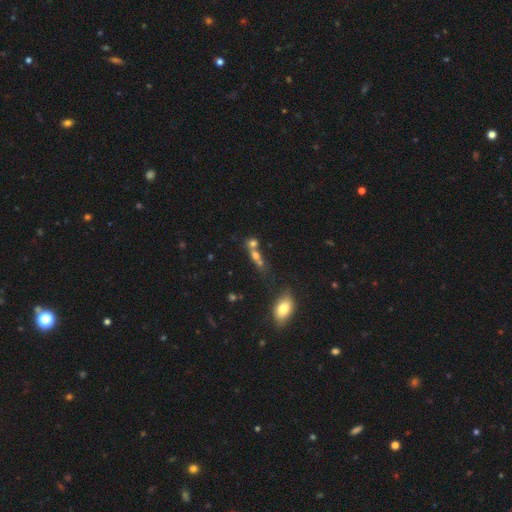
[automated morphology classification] Smooth or featured? smooth (60%)
How rounded? in between (44%)
Merging? merger (53%)